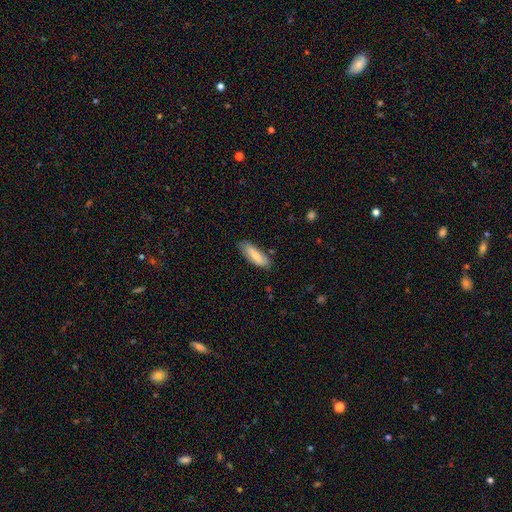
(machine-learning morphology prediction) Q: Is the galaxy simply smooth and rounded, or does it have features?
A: smooth — 77%.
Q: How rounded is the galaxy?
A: in between — 60%.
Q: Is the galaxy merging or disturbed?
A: none — 76%.